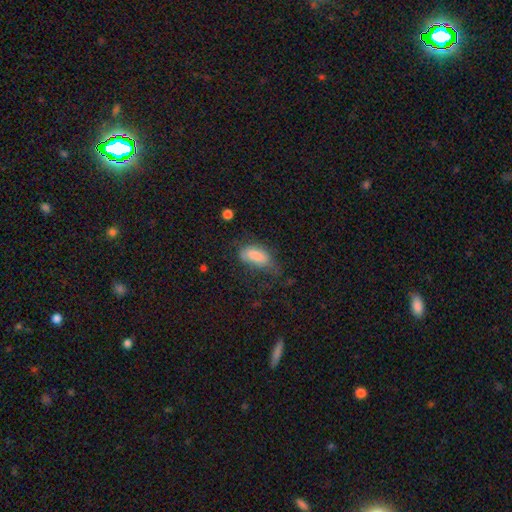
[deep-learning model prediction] A smooth galaxy with no disk features (80%) that is in between round and cigar-shaped (89%). Merging: none (36%).